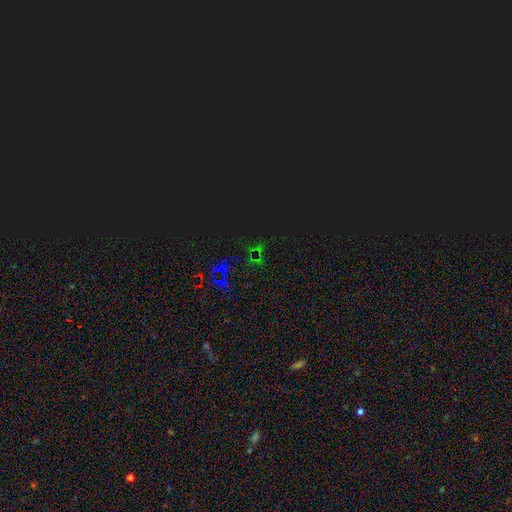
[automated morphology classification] smooth-or-featured: star or artifact: 81% | smooth: 11% | featured or disk: 7%